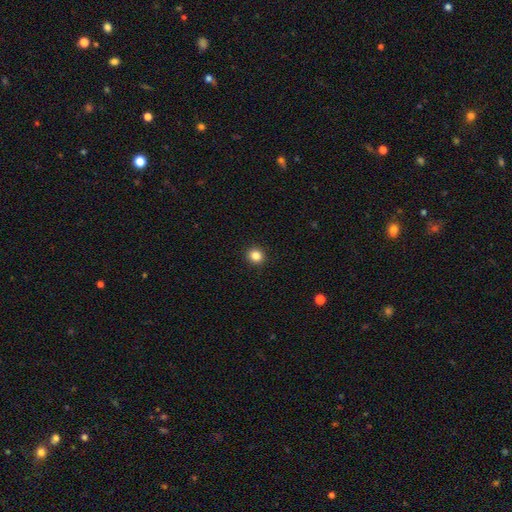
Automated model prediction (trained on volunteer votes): A smooth galaxy with no disk features (85%) that is round (88%).

Vote fractions:
- Smooth or featured? smooth: 85% / star or artifact: 11% / featured or disk: 4%
- How rounded? round: 88% / in between: 11% / cigar-shaped: 1%
- Merging? none: 93% / minor disturbance: 5% / major disturbance: 2% / merger: 1%